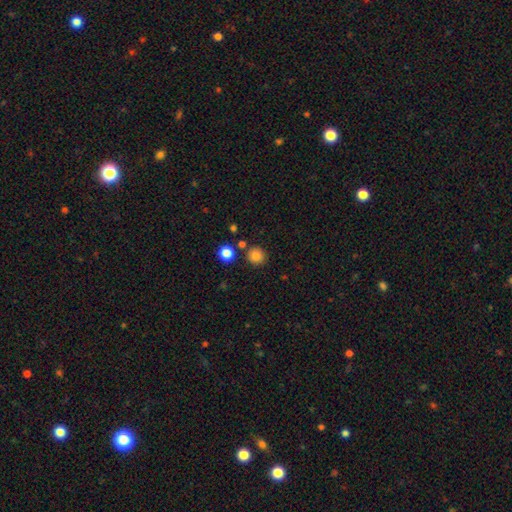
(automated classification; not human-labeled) A smooth galaxy with no disk features (83%) that is round (93%).

Vote fractions:
- Smooth or featured? smooth: 83% / star or artifact: 12% / featured or disk: 5%
- How rounded? round: 93% / in between: 7% / cigar-shaped: 1%
- Merging? none: 84% / minor disturbance: 7% / merger: 6% / major disturbance: 2%